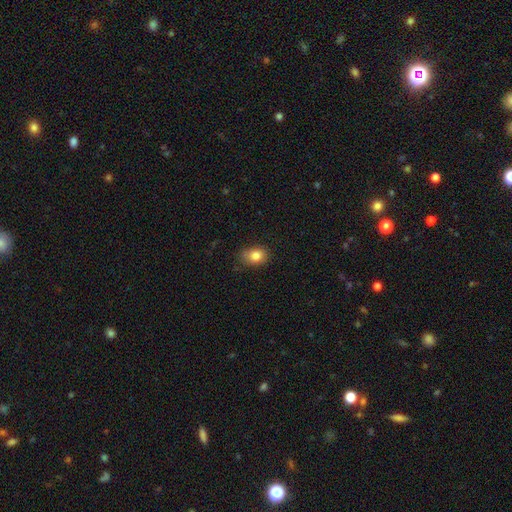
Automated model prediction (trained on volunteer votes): Smooth or featured? Predicted: smooth (p=0.84). How rounded? Predicted: in between (p=0.67). Merging? Predicted: none (p=0.74).